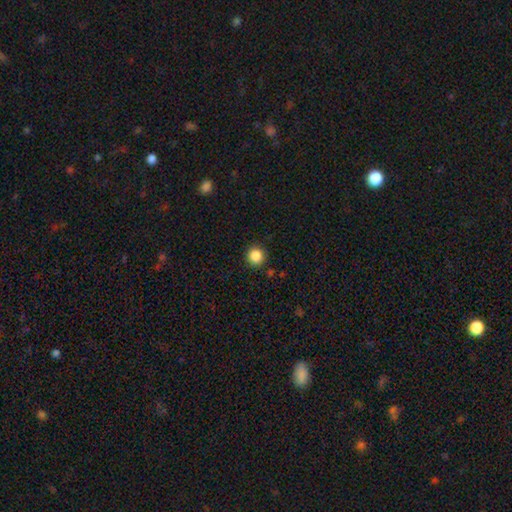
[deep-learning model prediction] This is clearly a smooth galaxy (86%). How rounded: clearly round (95%). Merging: clearly none (91%).